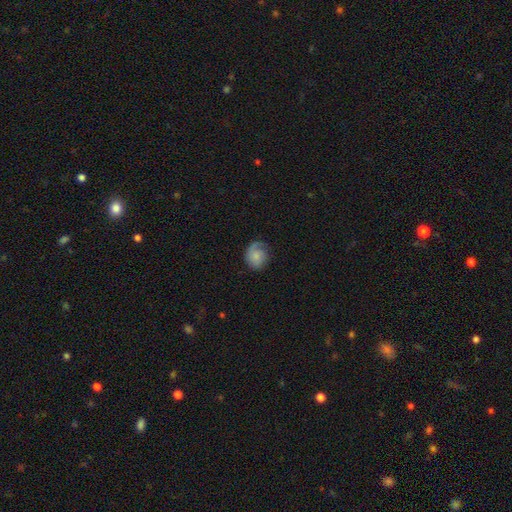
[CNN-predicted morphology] This is possibly a smooth galaxy (58%). How rounded: likely round (61%). Merging: possibly none (60%).